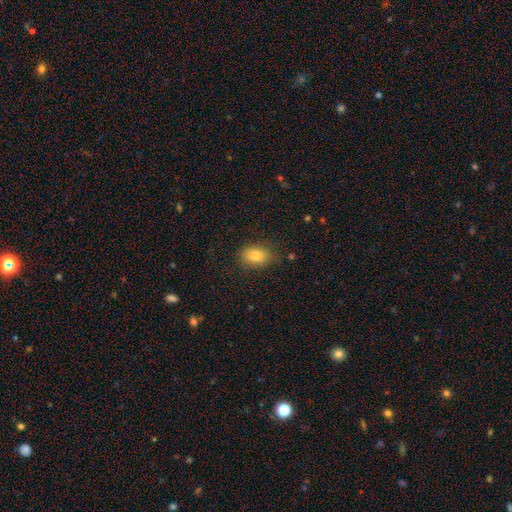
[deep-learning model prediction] smooth 85%, star or artifact 8%, featured or disk 7%. Down the decision tree: how rounded — in between (81%); merging — none (75%).